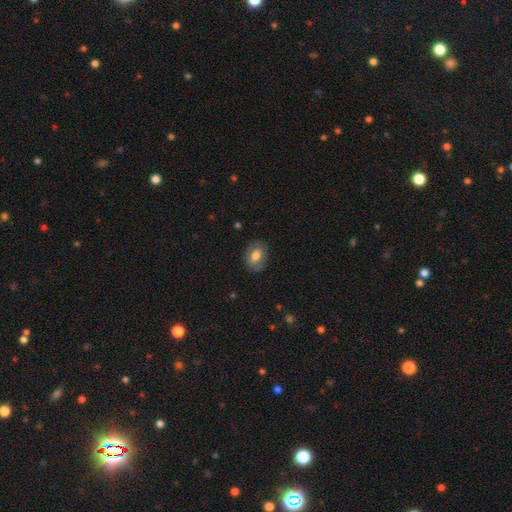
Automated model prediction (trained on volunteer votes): This is likely a smooth galaxy (68%). How rounded: clearly in between (80%). Merging: clearly none (81%).